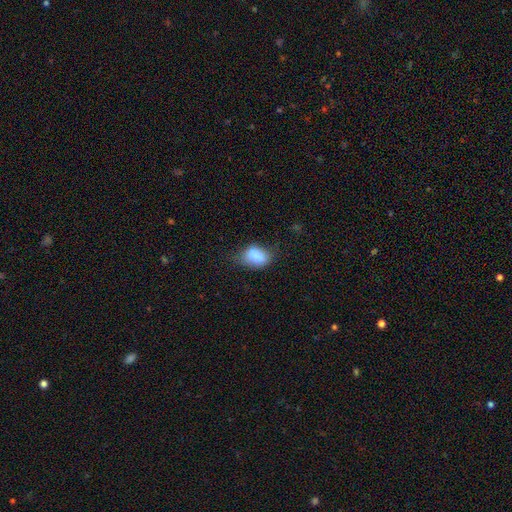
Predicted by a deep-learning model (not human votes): Overall: smooth (83%). How rounded: in between (84%). Merging: none (48%; minor disturbance 35%).